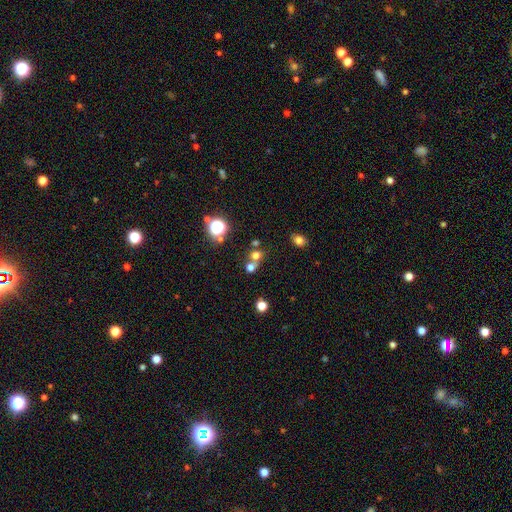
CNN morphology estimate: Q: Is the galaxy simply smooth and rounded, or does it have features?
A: smooth — 65%.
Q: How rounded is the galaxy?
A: round — 77%.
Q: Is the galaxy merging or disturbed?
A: none — 46%.